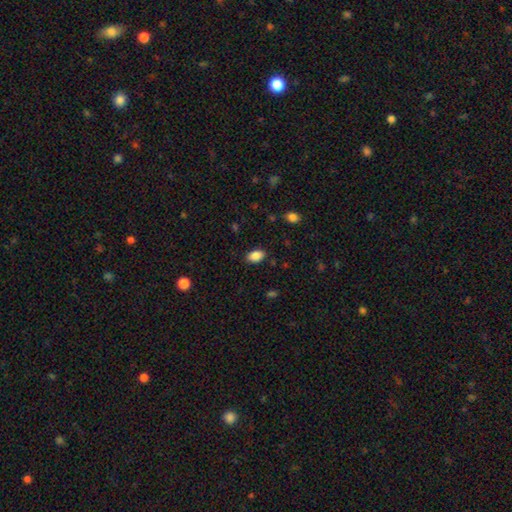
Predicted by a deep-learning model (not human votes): The model was most divided on "merging": none: 86%, minor disturbance: 10%, major disturbance: 3%, merger: 1%. More confident: how rounded — in between (90%); smooth or featured — smooth (87%).